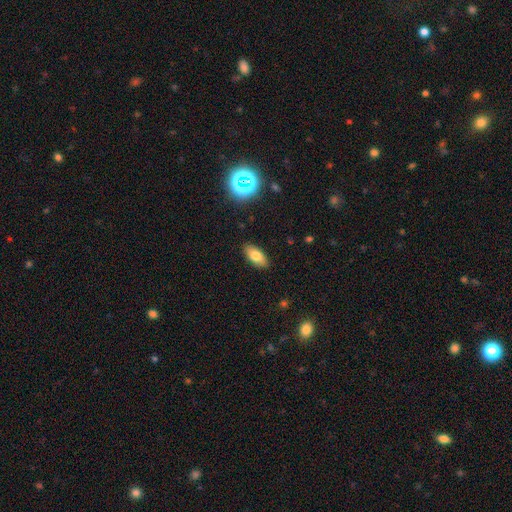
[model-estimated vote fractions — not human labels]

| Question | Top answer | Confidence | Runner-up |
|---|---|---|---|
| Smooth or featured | smooth | 76% | featured or disk (14%) |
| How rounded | in between | 89% | cigar-shaped (8%) |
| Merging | none | 88% | minor disturbance (9%) |